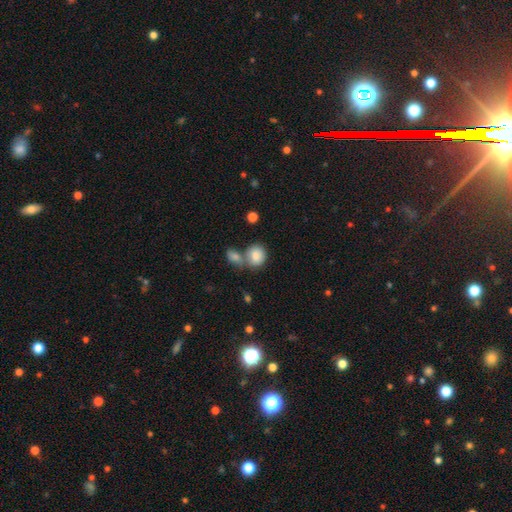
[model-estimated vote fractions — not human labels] The model was most divided on "merging": none: 44%, merger: 42%, minor disturbance: 10%, major disturbance: 4%. More confident: smooth or featured — smooth (84%); how rounded — round (66%).